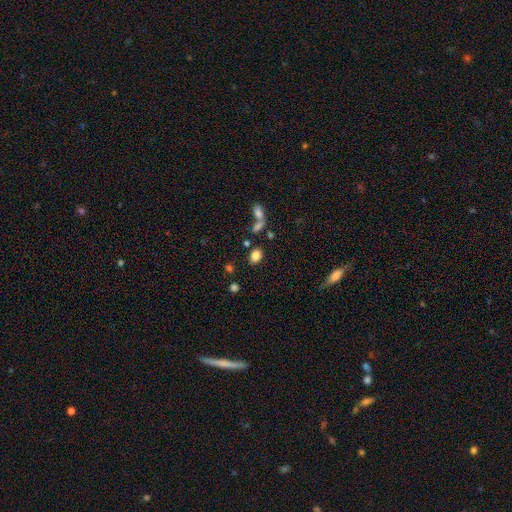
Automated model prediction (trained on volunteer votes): Morphology: type=smooth (83%); roundness=in between (72%); merging=none (76%).